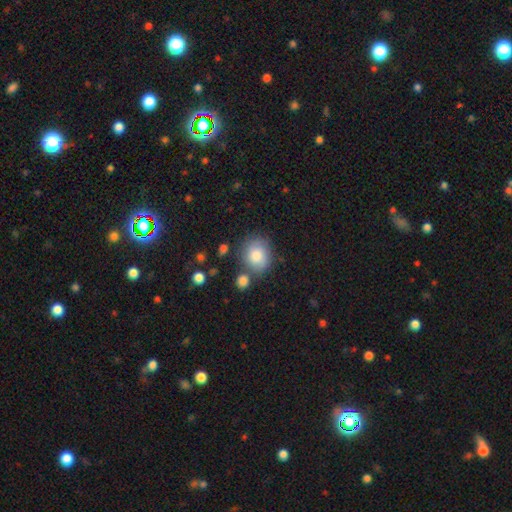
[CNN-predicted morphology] smooth_or_featured: smooth (p=0.81) [alt: featured or disk p=0.11]
how_rounded: round (p=0.72) [alt: in between p=0.27]
merging: none (p=0.68) [alt: minor disturbance p=0.16]